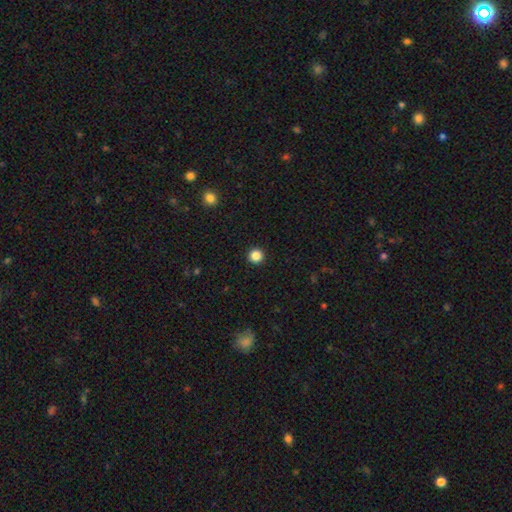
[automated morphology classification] Smooth or featured? smooth (86%)
How rounded? round (96%)
Merging? none (94%)